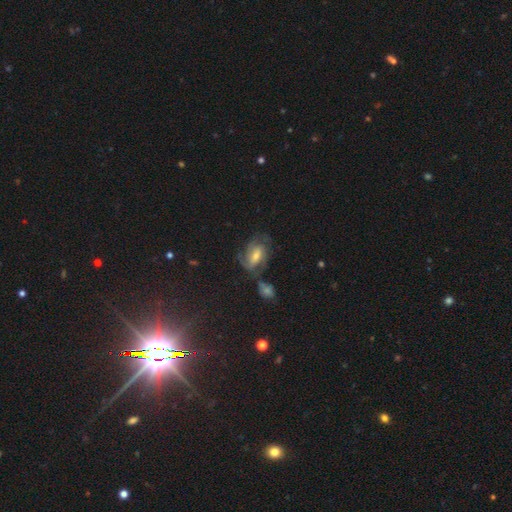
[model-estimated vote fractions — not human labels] A featured or disk galaxy (63%) with a weak bar (48%), 2 (39%) medium (45%) spiral arms (89%) and a moderate central bulge (52%).

Vote fractions:
- Smooth or featured? featured or disk: 63% / smooth: 22% / star or artifact: 15%
- Edge-on disk? no: 95% / yes: 5%
- Bar? weak: 48% / no: 35% / strong: 16%
- Spiral arms? yes: 89% / no: 11%
- Spiral winding? medium: 45% / tight: 39% / loose: 16%
- Spiral arm count? 2: 39% / can't tell: 28% / 3: 19% / 1: 6% / 4: 4% / more than 4: 4%
- Bulge size? moderate: 52% / small: 34% / large: 8% / none: 4% / dominant: 2%
- Merging? none: 55% / minor disturbance: 22% / major disturbance: 14% / merger: 9%